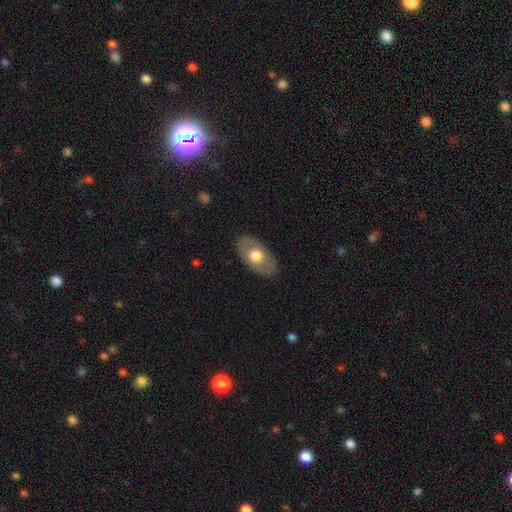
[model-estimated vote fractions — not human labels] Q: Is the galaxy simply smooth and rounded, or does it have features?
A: smooth — 55%.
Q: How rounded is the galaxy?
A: in between — 91%.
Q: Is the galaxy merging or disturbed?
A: none — 84%.